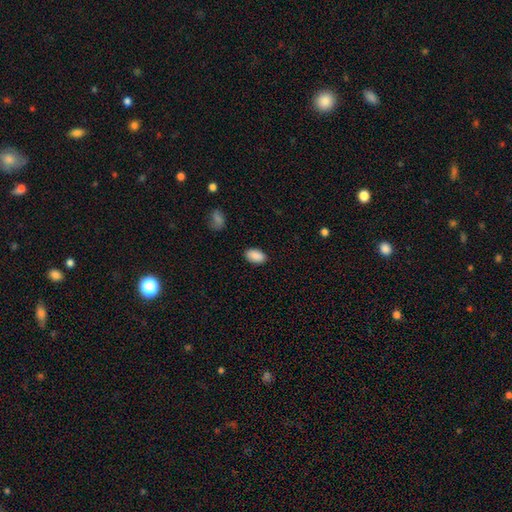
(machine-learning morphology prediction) smooth-or-featured: smooth: 89% | star or artifact: 7% | featured or disk: 3%
  how-rounded: in between: 93% | round: 5% | cigar-shaped: 2%
  merging: none: 86% | minor disturbance: 10% | major disturbance: 3% | merger: 1%